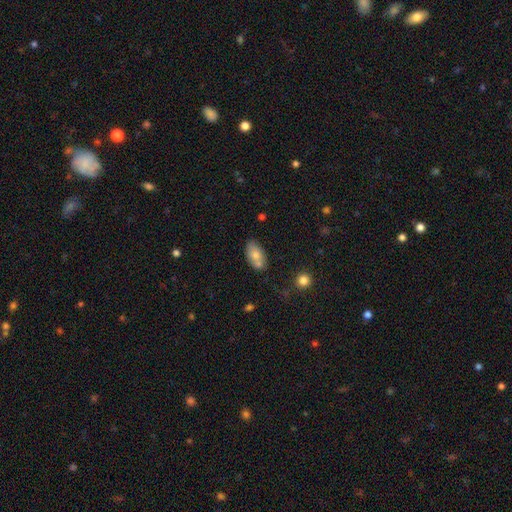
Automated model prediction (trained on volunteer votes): Q: Smooth or featured?
A: smooth (72%); runner-up: featured or disk (20%)
Q: How rounded?
A: in between (91%); runner-up: round (6%)
Q: Merging?
A: none (55%); runner-up: merger (25%)